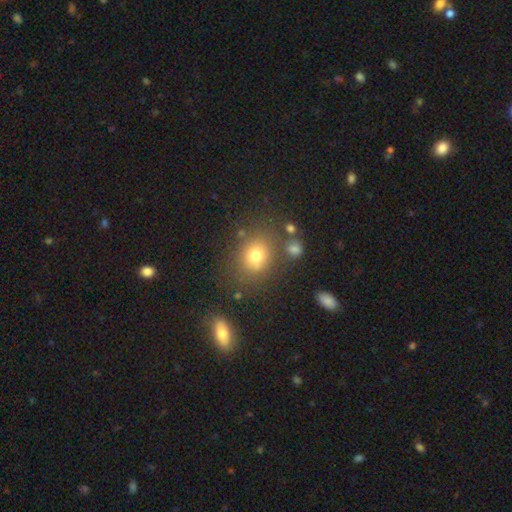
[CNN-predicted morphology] A smooth galaxy with no disk features (73%) that is round (63%).

Vote fractions:
- Smooth or featured? smooth: 73% / star or artifact: 16% / featured or disk: 11%
- How rounded? round: 63% / in between: 36% / cigar-shaped: 1%
- Merging? none: 74% / minor disturbance: 13% / merger: 8% / major disturbance: 6%